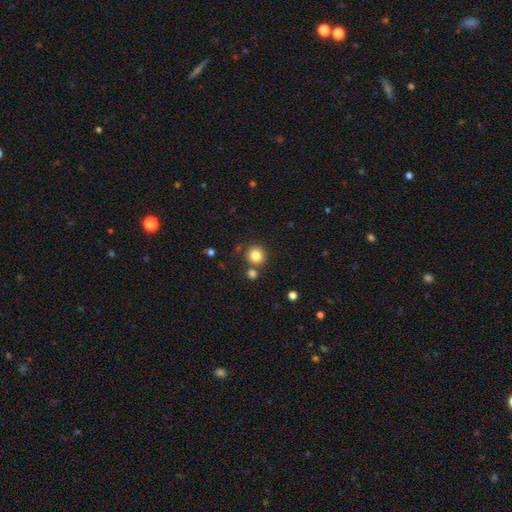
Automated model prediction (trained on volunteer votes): This appears to be a smooth galaxy with no disk features (83%) that is round (92%). Merging: none (79%).